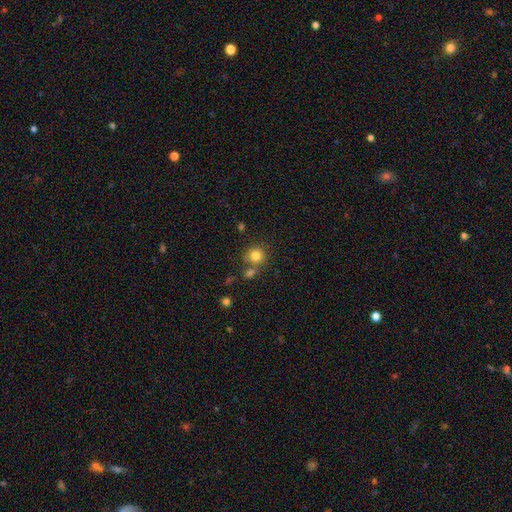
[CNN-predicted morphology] Q: Smooth or featured?
A: smooth (81%); runner-up: star or artifact (11%)
Q: How rounded?
A: round (87%); runner-up: in between (12%)
Q: Merging?
A: none (62%); runner-up: merger (23%)